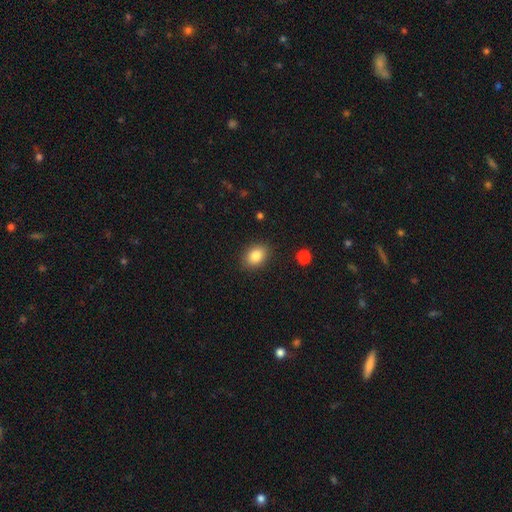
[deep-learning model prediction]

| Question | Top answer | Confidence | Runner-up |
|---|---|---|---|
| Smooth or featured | smooth | 85% | star or artifact (9%) |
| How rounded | in between | 70% | round (29%) |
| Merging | none | 87% | minor disturbance (9%) |